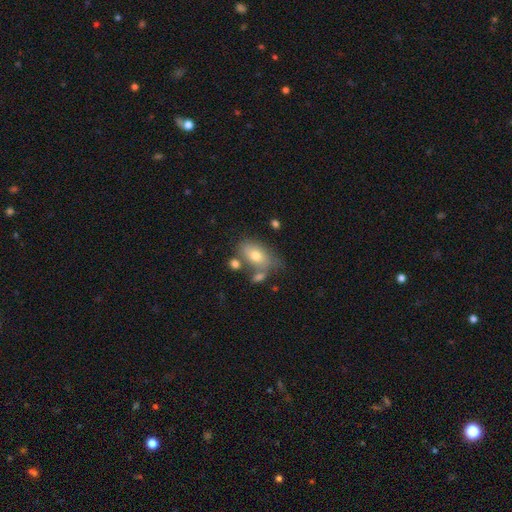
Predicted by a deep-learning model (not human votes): smooth-or-featured: smooth: 69% | featured or disk: 23% | star or artifact: 8%
  how-rounded: in between: 87% | round: 9% | cigar-shaped: 3%
  merging: none: 51% | minor disturbance: 21% | merger: 19% | major disturbance: 9%